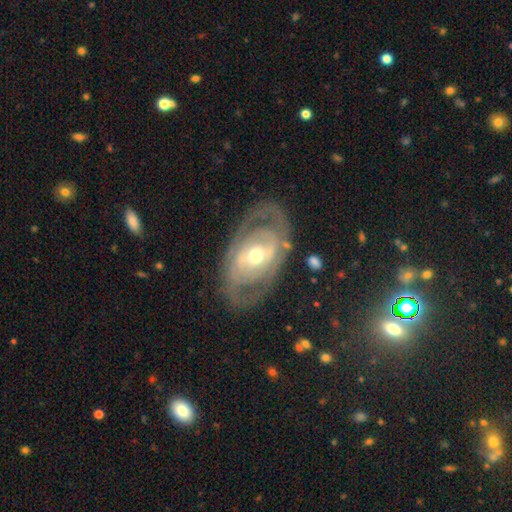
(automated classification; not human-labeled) featured or disk 79%, smooth 16%, star or artifact 5%. Down the decision tree: edge-on disk — no (94%); bar — no (46%); spiral arms — yes (65%); bulge size — moderate (62%); merging — none (73%).